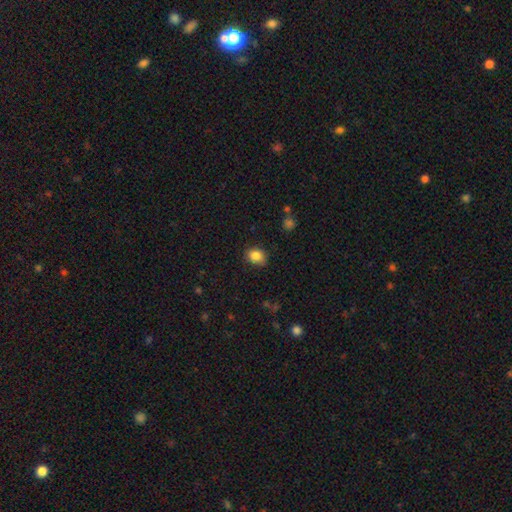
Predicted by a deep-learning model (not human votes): A smooth galaxy with no disk features (85%) that is round (57%).

Vote fractions:
- Smooth or featured? smooth: 85% / star or artifact: 10% / featured or disk: 5%
- How rounded? round: 57% / in between: 42% / cigar-shaped: 1%
- Merging? none: 82% / minor disturbance: 14% / major disturbance: 3% / merger: 1%